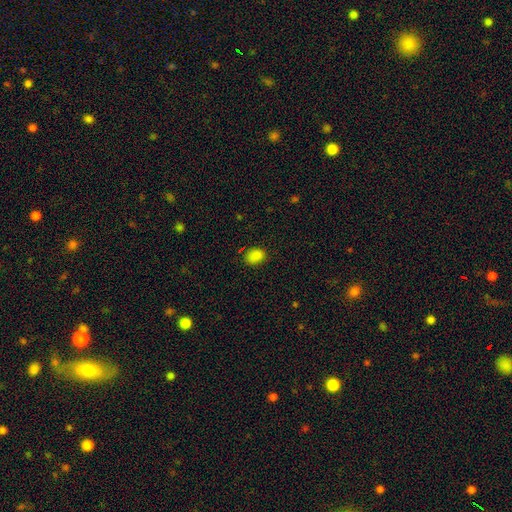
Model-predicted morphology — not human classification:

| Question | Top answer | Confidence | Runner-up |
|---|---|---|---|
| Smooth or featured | smooth | 84% | star or artifact (12%) |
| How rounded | in between | 73% | round (26%) |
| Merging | none | 80% | minor disturbance (15%) |